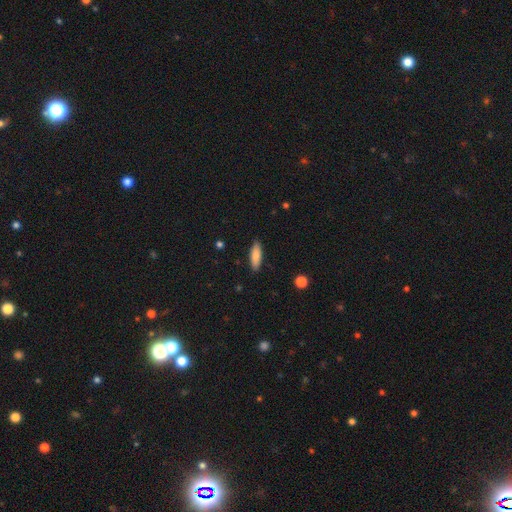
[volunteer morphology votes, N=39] A smooth galaxy with no disk features (87%) that is cigar-shaped (71%).

Vote fractions:
- Smooth or featured? smooth: 87% / star or artifact: 8% / featured or disk: 5%
- How rounded? cigar-shaped: 71% / in between: 29% / round: 0%
- Merging? none: 89% / minor disturbance: 11% / major disturbance: 0% / merger: 0%